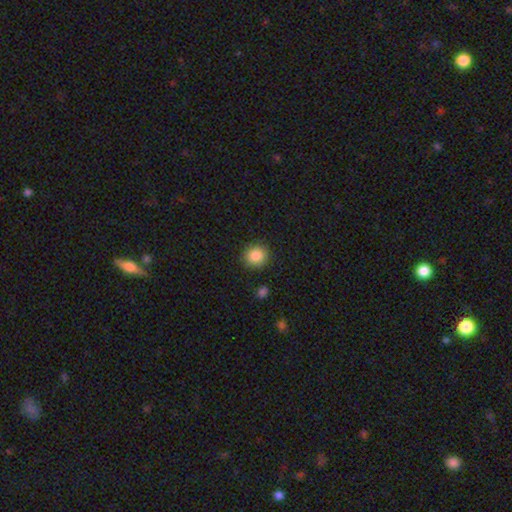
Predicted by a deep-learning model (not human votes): Morphology: type=smooth (86%); roundness=round (87%); merging=none (89%).